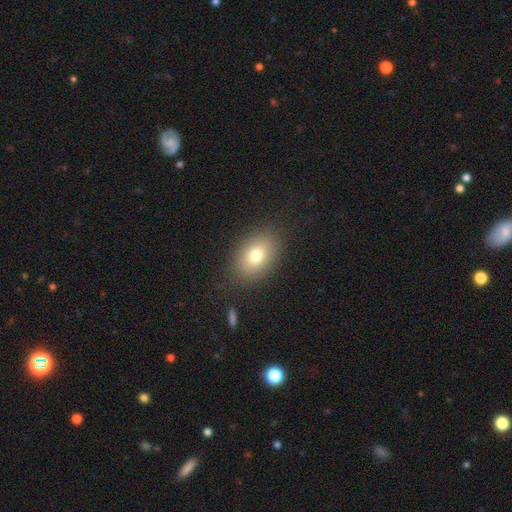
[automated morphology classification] Smooth or featured?
  - smooth: 76% *
  - featured or disk: 14%
  - star or artifact: 10%
How rounded?
  - in between: 80% *
  - round: 18%
  - cigar-shaped: 1%
Merging?
  - none: 84% *
  - minor disturbance: 10%
  - major disturbance: 4%
  - merger: 1%